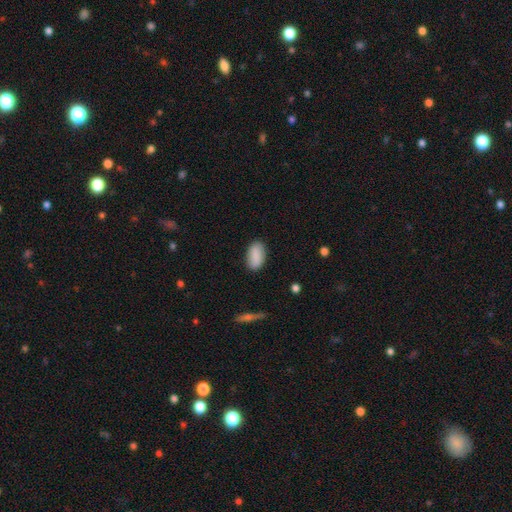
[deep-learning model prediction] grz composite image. It shows a smooth galaxy with no disk features (87%) that is in between round and cigar-shaped (92%). Merging: none (85%).